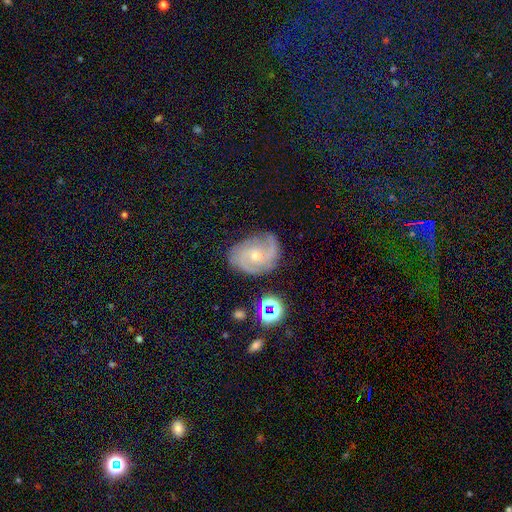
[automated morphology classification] Smooth or featured? featured or disk (80%)
Edge-on disk? no (97%)
Bar? no (68%)
Spiral arms? yes (95%)
Spiral winding? medium (45%)
Spiral arm count? 2 (44%)
Bulge size? small (59%)
Merging? none (67%)